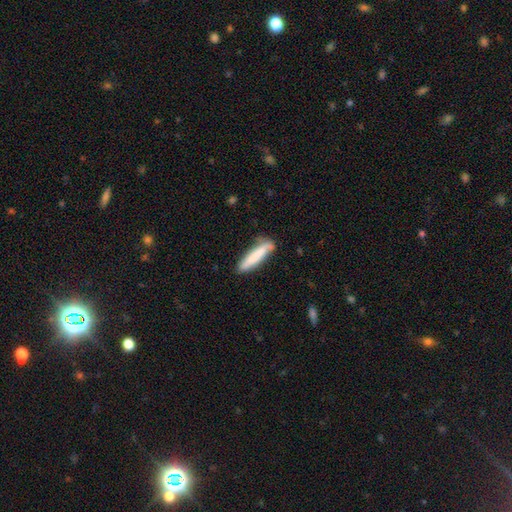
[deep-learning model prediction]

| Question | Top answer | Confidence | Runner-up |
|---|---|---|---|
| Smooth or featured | smooth | 76% | featured or disk (18%) |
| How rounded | cigar-shaped | 87% | in between (12%) |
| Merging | none | 74% | minor disturbance (19%) |